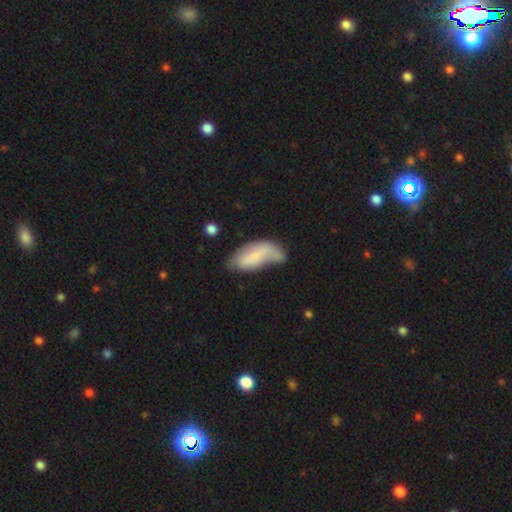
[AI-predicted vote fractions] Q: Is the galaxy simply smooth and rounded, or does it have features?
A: smooth — 66%.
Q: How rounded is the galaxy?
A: in between — 83%.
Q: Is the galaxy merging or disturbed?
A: minor disturbance — 36%.